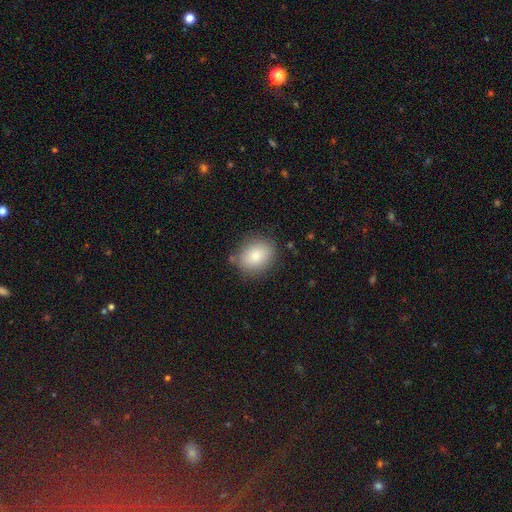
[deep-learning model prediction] Smooth or featured? smooth (82%)
How rounded? round (53%)
Merging? none (81%)